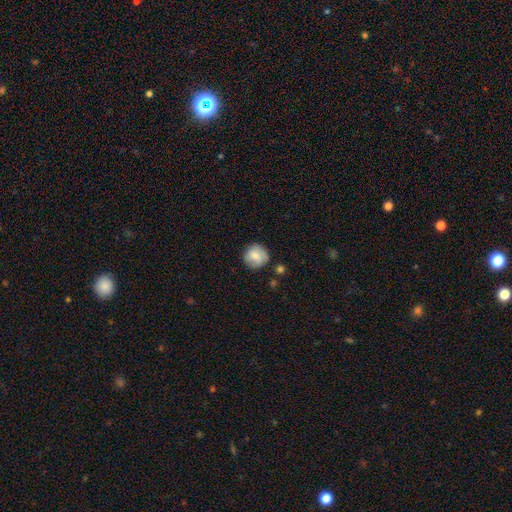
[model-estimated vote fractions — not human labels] Smooth or featured? smooth (73%)
How rounded? round (90%)
Merging? none (74%)